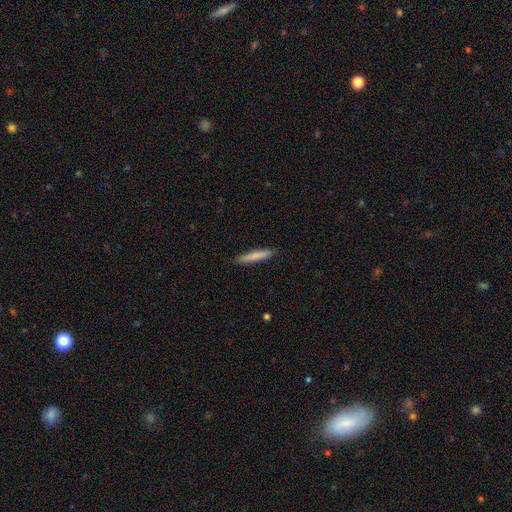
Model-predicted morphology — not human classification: The model was most divided on "smooth or featured": smooth: 78%, featured or disk: 16%, star or artifact: 5%. More confident: how rounded — cigar-shaped (93%); merging — none (90%).